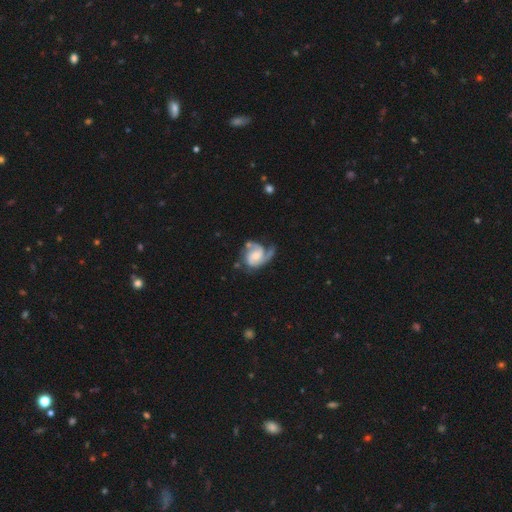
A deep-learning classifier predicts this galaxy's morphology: The model was most divided on "bulge size": moderate: 38%, small: 36%, none: 15%, large: 10%, dominant: 2%. Remaining: edge-on disk — no (98%); spiral arms — yes (96%); smooth or featured — featured or disk (83%); spiral arm count — 2 (63%); bar — no (51%); spiral winding — medium (48%); merging — none (46%).